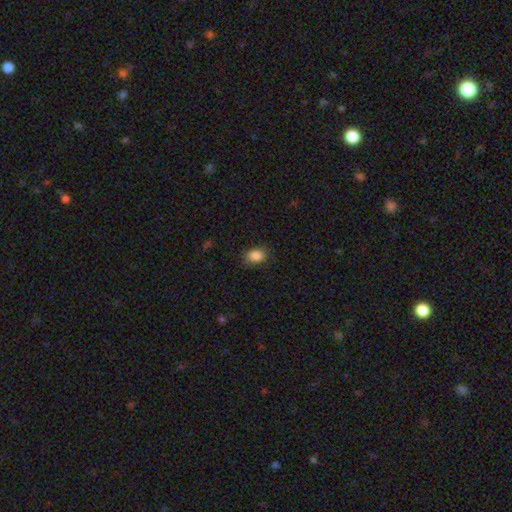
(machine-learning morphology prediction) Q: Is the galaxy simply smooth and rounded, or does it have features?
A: smooth — 87%.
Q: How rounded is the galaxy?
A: in between — 73%.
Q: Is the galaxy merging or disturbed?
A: none — 82%.